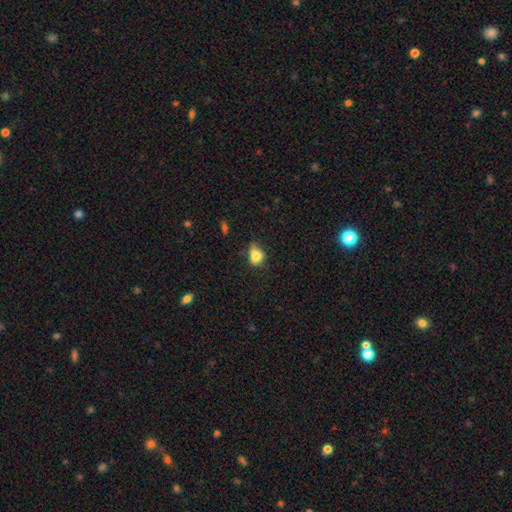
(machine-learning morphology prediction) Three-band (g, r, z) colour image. It shows a smooth galaxy with no disk features (79%) that is in between round and cigar-shaped (60%). Merging: none (42%).